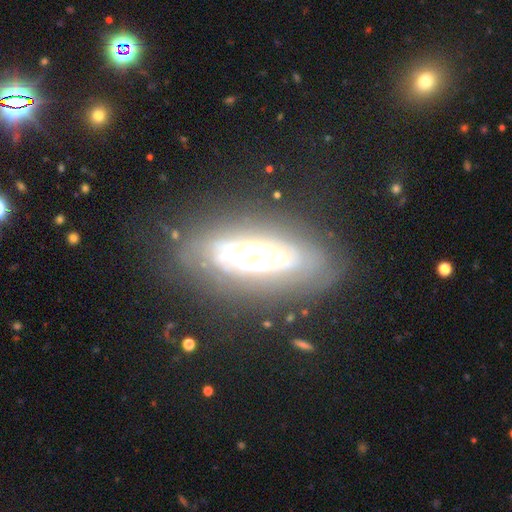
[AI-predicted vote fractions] Overall: featured or disk (74%). Edge-on disk: no (71%). Bar: no (71%). Spiral arms: yes (69%; no 31%). Bulge size: large (50%; dominant 22%). Merging: none (71%).